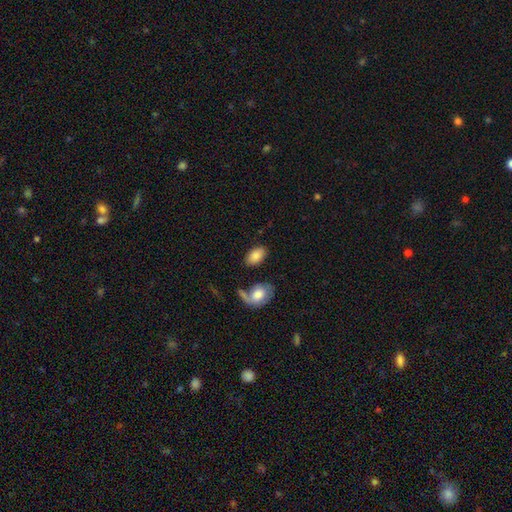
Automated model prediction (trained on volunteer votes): Overall: smooth (84%). How rounded: in between (93%). Merging: none (75%).